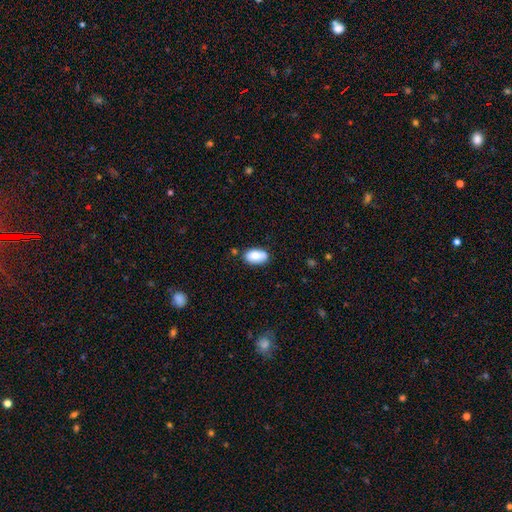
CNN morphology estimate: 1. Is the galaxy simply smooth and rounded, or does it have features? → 84% smooth, 9% featured or disk, 7% star or artifact.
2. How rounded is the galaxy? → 92% in between, 4% cigar-shaped, 4% round.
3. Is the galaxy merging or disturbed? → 75% none, 17% minor disturbance, 4% merger, 3% major disturbance.